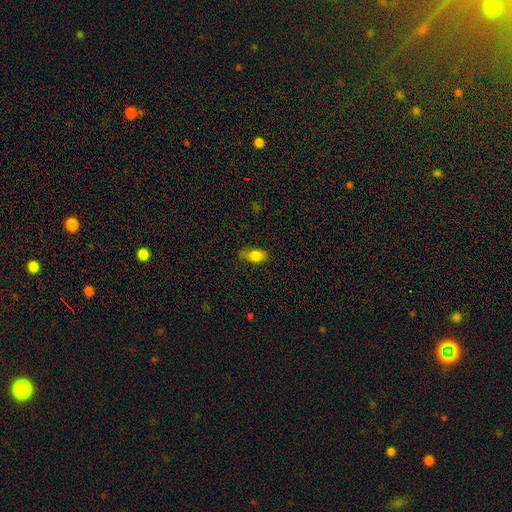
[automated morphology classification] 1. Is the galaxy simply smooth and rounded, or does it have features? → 80% smooth, 11% featured or disk, 9% star or artifact.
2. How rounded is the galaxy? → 86% in between, 7% cigar-shaped, 7% round.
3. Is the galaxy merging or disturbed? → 69% none, 24% minor disturbance, 6% major disturbance, 2% merger.